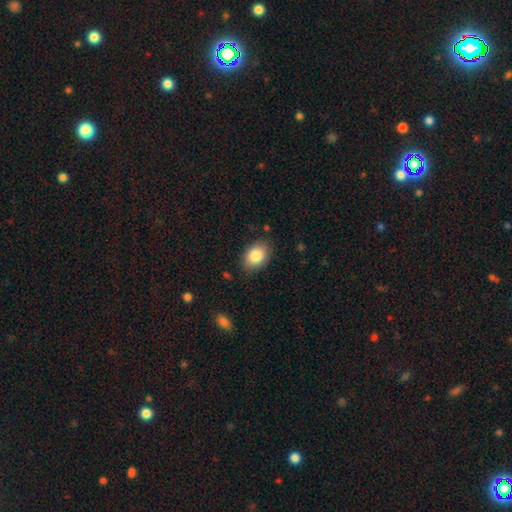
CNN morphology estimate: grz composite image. It shows a smooth galaxy with no disk features (85%) that is in between round and cigar-shaped (79%). Merging: none (83%).